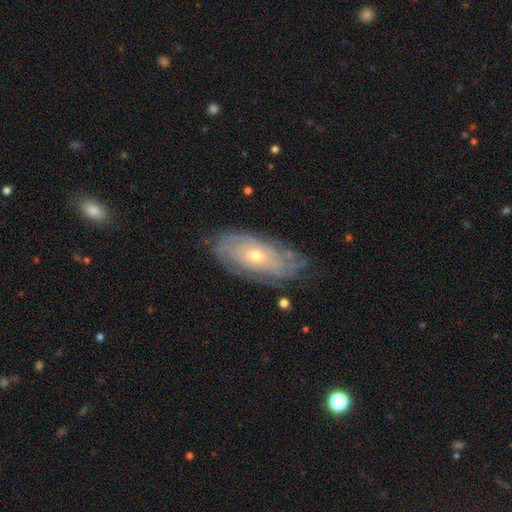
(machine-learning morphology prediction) A featured or disk galaxy (76%) with no bar (81%), tight (76%) spiral arms (86%) and a small central bulge (60%). Merging: none (72%).